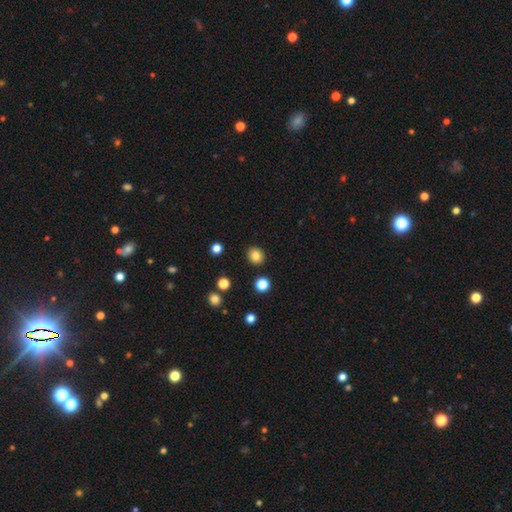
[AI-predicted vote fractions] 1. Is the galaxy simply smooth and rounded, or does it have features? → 83% smooth, 12% star or artifact, 5% featured or disk.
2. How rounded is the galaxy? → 80% round, 19% in between, 1% cigar-shaped.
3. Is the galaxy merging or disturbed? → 90% none, 6% minor disturbance, 2% major disturbance, 2% merger.